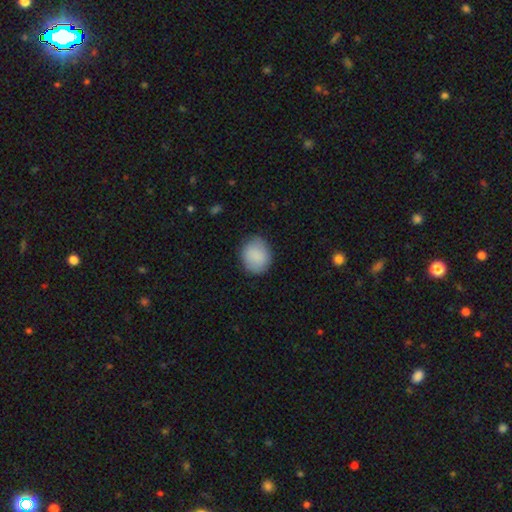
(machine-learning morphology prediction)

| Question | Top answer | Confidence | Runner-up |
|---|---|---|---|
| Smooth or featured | smooth | 88% | star or artifact (7%) |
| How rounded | round | 69% | in between (30%) |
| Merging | none | 80% | minor disturbance (16%) |